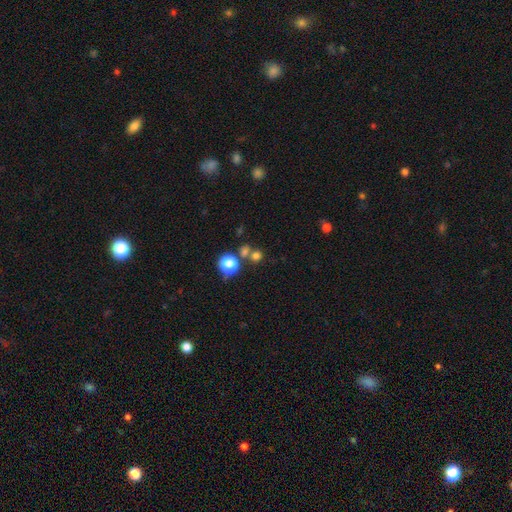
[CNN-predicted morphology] Overall: smooth (71%). How rounded: round (86%). Merging: none (63%; merger 25%).